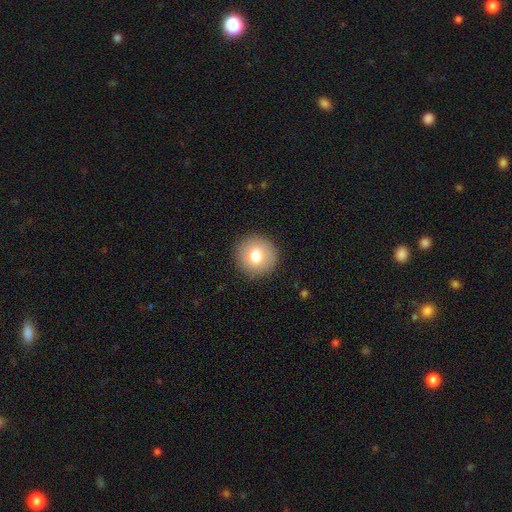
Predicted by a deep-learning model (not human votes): Smooth or featured? smooth (77%)
How rounded? round (94%)
Merging? none (91%)